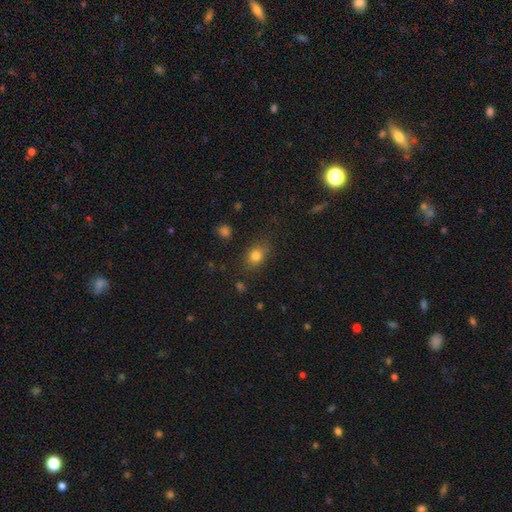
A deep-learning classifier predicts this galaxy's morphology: smooth 80%, star or artifact 13%, featured or disk 8%. Down the decision tree: how rounded — in between (50%); merging — none (79%).